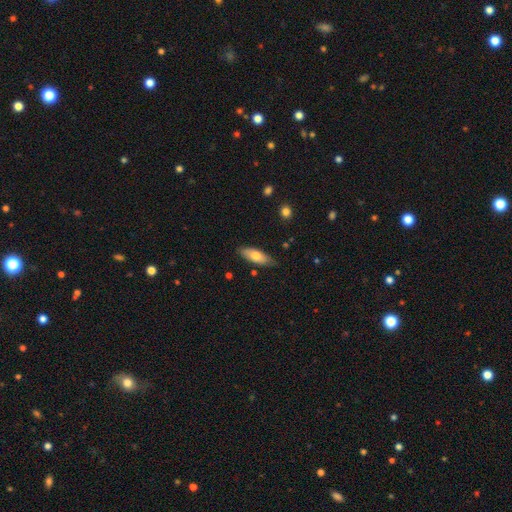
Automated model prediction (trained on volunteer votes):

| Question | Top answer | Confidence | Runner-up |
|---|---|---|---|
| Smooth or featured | smooth | 70% | featured or disk (24%) |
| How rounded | in between | 71% | cigar-shaped (27%) |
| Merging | none | 81% | minor disturbance (15%) |